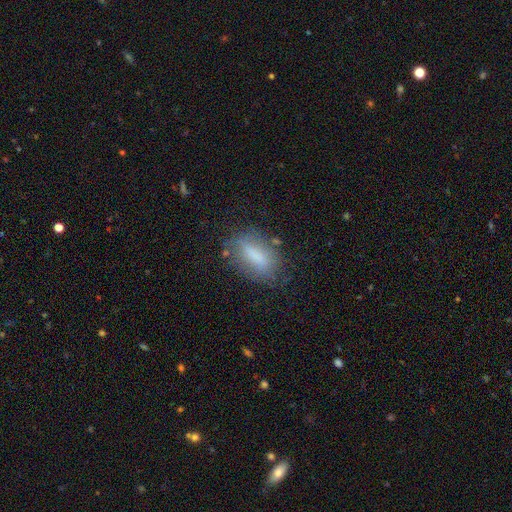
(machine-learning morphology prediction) Smooth or featured? Predicted: smooth (p=0.70). How rounded? Predicted: in between (p=0.73). Merging? Predicted: none (p=0.68).